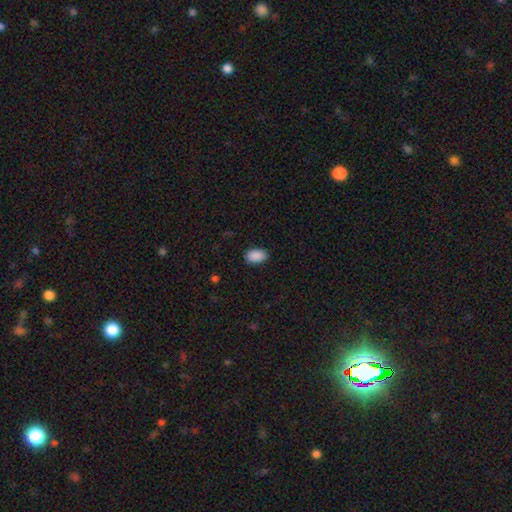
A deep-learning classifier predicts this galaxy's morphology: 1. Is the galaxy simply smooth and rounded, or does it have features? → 90% smooth, 7% star or artifact, 2% featured or disk.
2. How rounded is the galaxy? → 91% in between, 7% round, 1% cigar-shaped.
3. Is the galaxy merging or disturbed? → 87% none, 9% minor disturbance, 2% major disturbance, 1% merger.